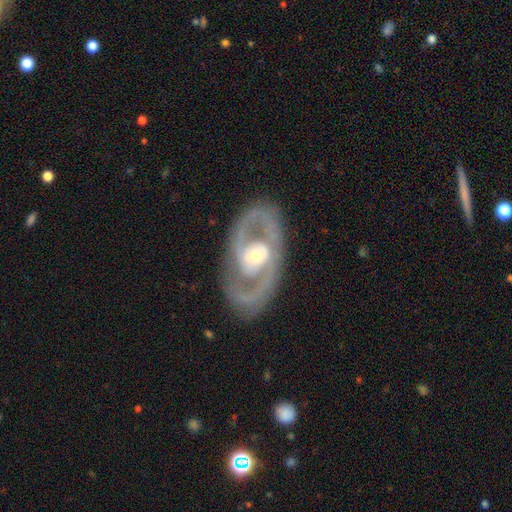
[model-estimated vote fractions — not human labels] Morphology: type=featured or disk (88%); edge-on=no (95%); bar=no (54%); spiral arms=yes (86%); winding=medium (52%); arm count=2 (90%); bulge=moderate (57%); merging=none (84%).